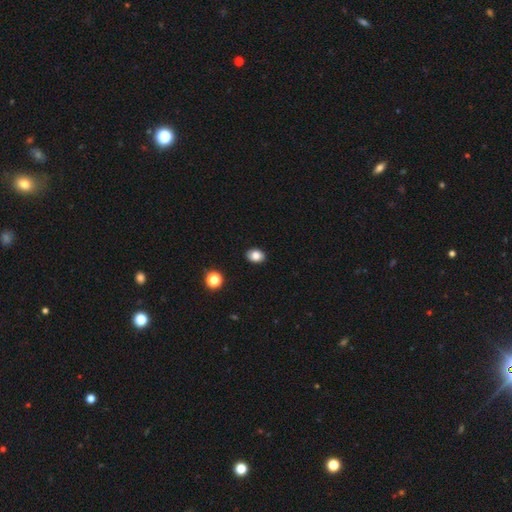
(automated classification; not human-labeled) Smooth or featured: smooth — 84% (star or artifact — 10%)
How rounded: in between — 65% (round — 34%)
Merging: none — 89% (minor disturbance — 8%)